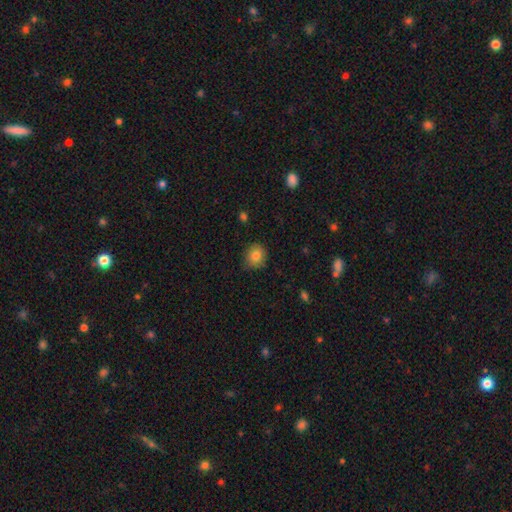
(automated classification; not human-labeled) smooth-or-featured: smooth: 83% | star or artifact: 10% | featured or disk: 8%
  how-rounded: round: 74% | in between: 25% | cigar-shaped: 1%
  merging: none: 77% | minor disturbance: 19% | major disturbance: 3% | merger: 1%